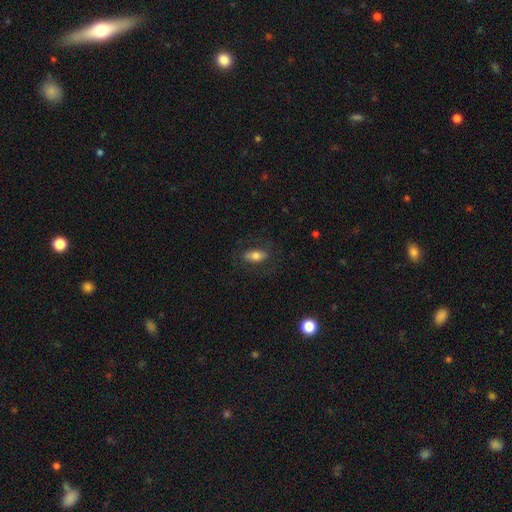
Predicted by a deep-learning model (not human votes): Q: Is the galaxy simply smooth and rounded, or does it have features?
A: smooth — 68%.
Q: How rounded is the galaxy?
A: in between — 86%.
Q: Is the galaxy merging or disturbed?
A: none — 76%.